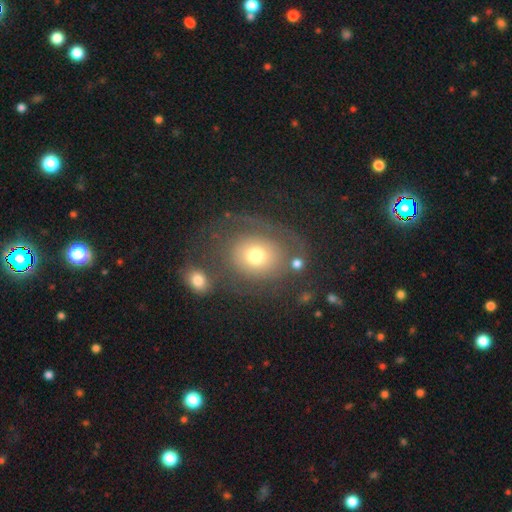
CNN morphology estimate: This appears to be a smooth galaxy with no disk features (51%) that is round (70%). Merging: none (57%).